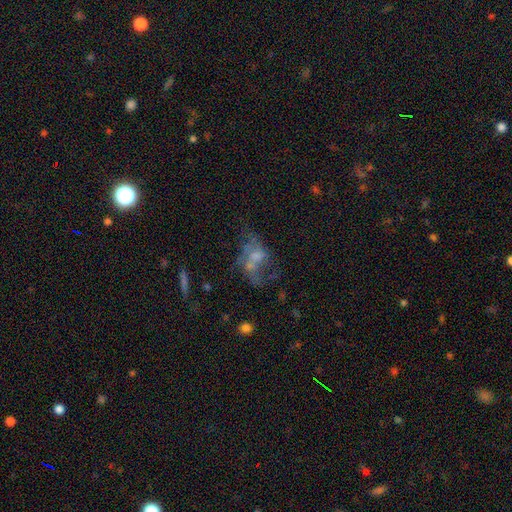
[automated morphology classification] type=featured or disk (53%); edge-on=no (94%); bar=no (70%); spiral arms=no (53%); bulge=small (37%); merging=none (41%).